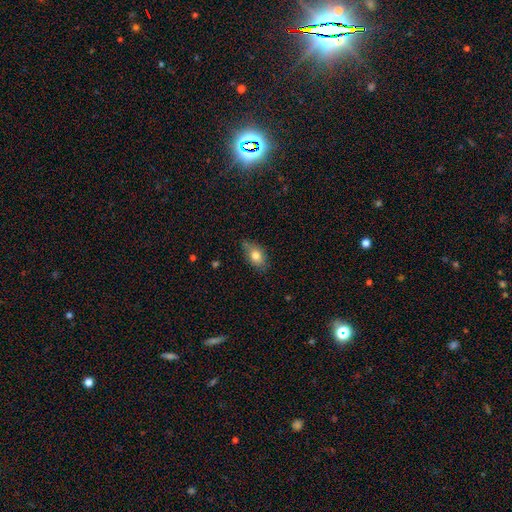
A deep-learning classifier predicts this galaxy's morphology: Smooth or featured?
  - smooth: 78% *
  - featured or disk: 14%
  - star or artifact: 8%
How rounded?
  - in between: 85% *
  - round: 12%
  - cigar-shaped: 4%
Merging?
  - none: 74% *
  - minor disturbance: 21%
  - major disturbance: 3%
  - merger: 1%